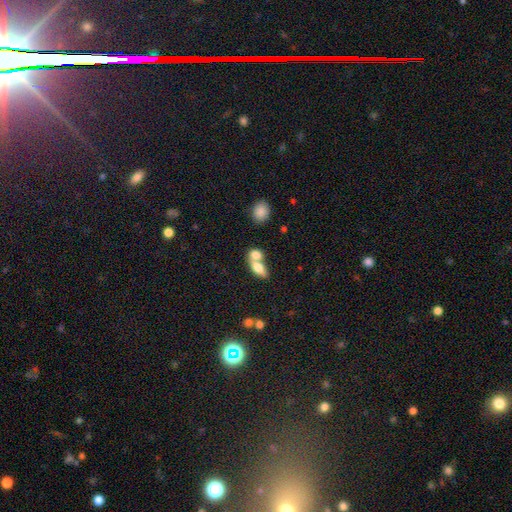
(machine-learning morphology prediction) Smooth or featured? smooth (73%)
How rounded? in between (76%)
Merging? merger (67%)